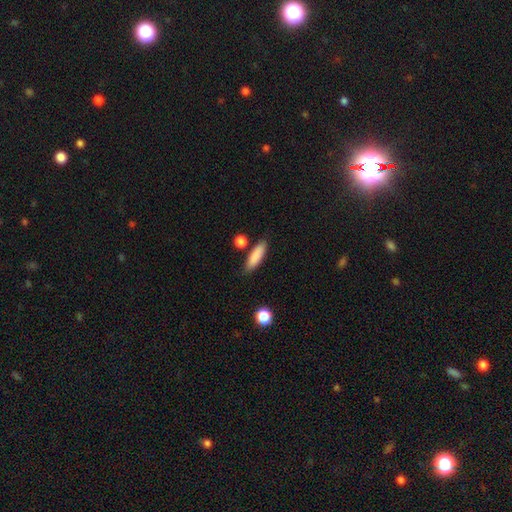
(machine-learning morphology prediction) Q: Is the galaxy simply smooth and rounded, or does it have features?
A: smooth — 86%.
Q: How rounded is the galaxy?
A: cigar-shaped — 53%.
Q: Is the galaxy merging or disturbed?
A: none — 80%.